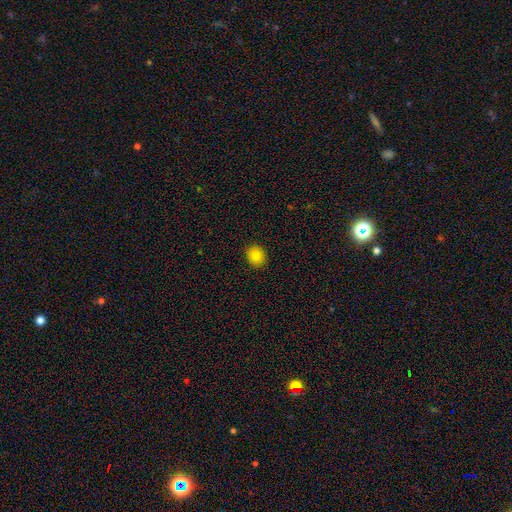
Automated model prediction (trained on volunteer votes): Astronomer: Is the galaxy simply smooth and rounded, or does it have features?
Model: smooth — 82%.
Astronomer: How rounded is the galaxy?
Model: round — 68%.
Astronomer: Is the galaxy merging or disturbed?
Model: none — 91%.